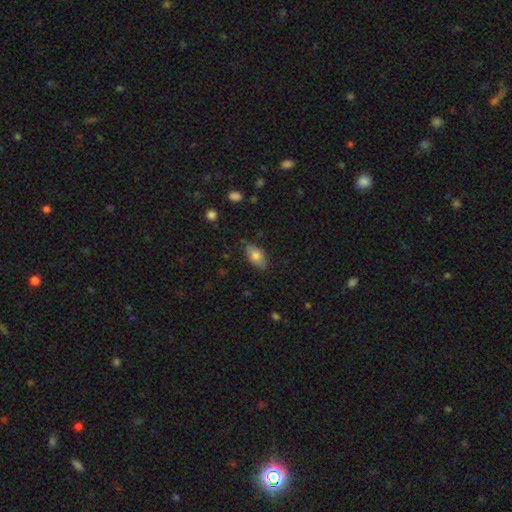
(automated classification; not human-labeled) Smooth or featured?
  - smooth: 75% *
  - featured or disk: 17%
  - star or artifact: 8%
How rounded?
  - in between: 90% *
  - cigar-shaped: 6%
  - round: 4%
Merging?
  - none: 78% *
  - minor disturbance: 17%
  - major disturbance: 3%
  - merger: 1%